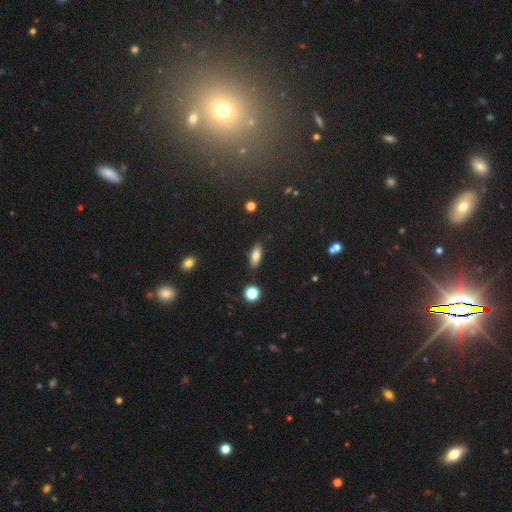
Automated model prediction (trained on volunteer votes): Q: Smooth or featured?
A: smooth (79%); runner-up: featured or disk (12%)
Q: How rounded?
A: in between (78%); runner-up: cigar-shaped (18%)
Q: Merging?
A: none (86%); runner-up: minor disturbance (10%)